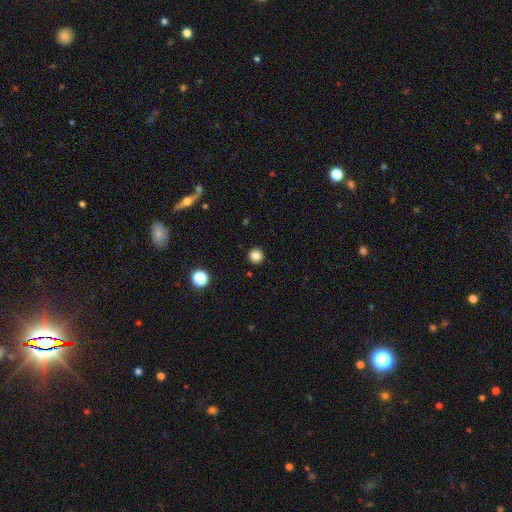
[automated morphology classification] Smooth or featured? Predicted: smooth (p=0.84). How rounded? Predicted: round (p=0.94). Merging? Predicted: none (p=0.91).